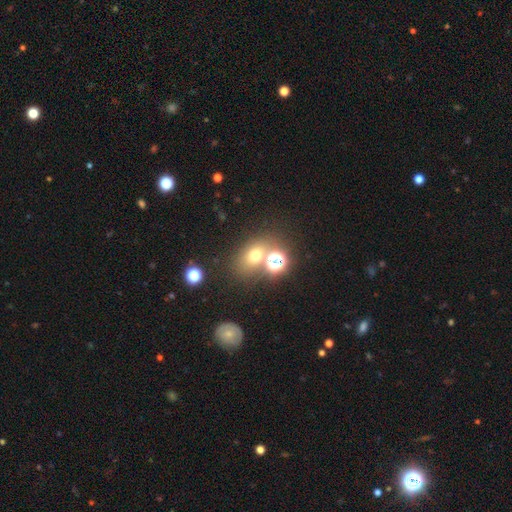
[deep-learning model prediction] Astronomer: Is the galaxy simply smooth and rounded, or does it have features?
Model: smooth — 65%.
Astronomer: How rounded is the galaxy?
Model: round — 49%, tied with in between at 49%.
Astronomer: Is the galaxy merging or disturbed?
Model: none — 58%.